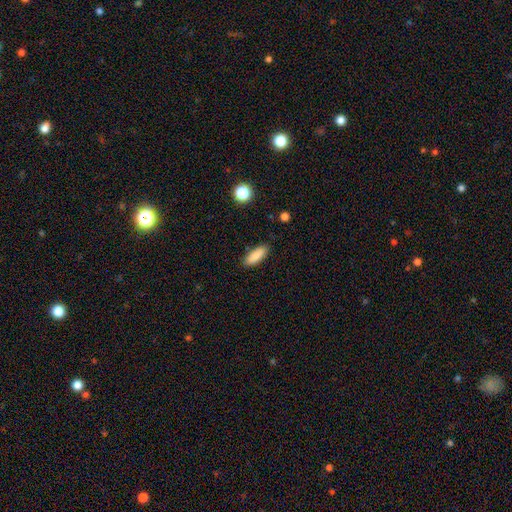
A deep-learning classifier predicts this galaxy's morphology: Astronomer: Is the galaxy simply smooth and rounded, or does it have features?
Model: smooth — 86%.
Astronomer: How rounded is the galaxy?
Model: in between — 62%.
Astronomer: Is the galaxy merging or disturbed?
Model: none — 87%.